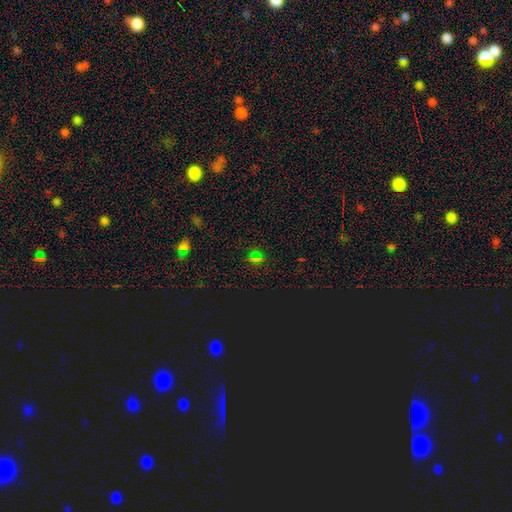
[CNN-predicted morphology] Overall: star or artifact (65%; smooth 27%).